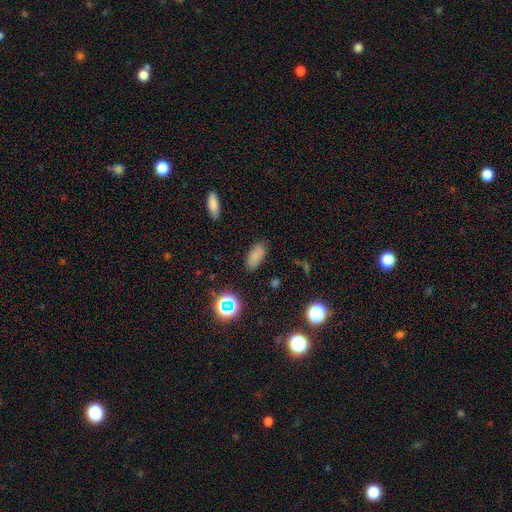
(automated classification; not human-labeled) This is likely a smooth galaxy (78%). How rounded: clearly in between (90%). Merging: clearly none (83%).